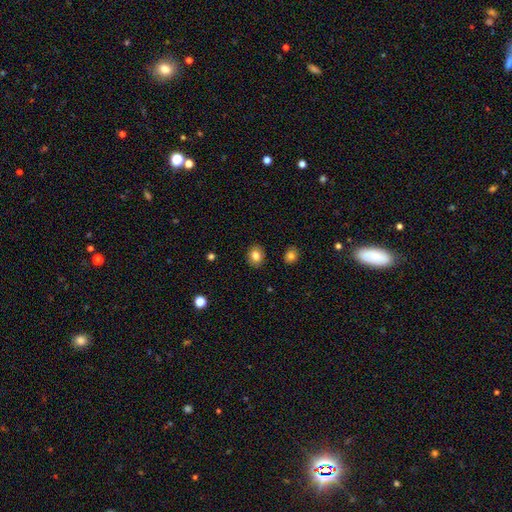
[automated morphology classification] type=smooth (83%); roundness=round (61%); merging=none (90%).